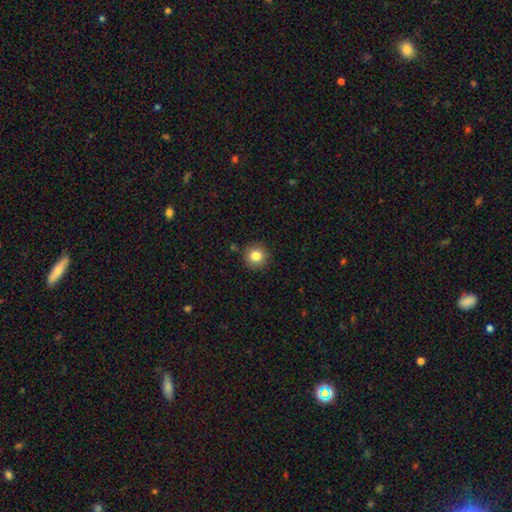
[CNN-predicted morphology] The model was most divided on "smooth or featured": smooth: 83%, star or artifact: 10%, featured or disk: 7%. More confident: how rounded — round (95%); merging — none (89%).